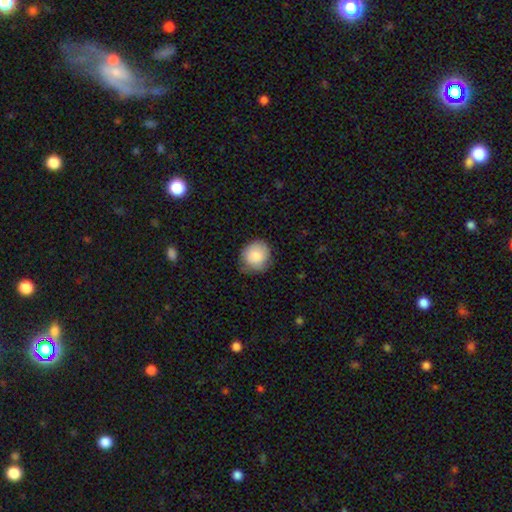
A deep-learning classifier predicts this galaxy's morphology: This appears to be a smooth galaxy with no disk features (83%) that is round (82%). Merging: none (67%).